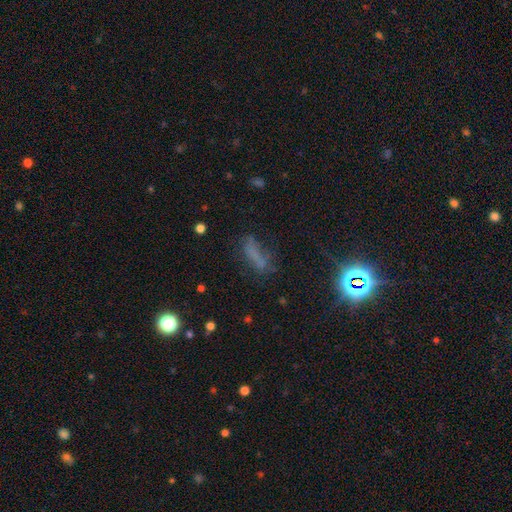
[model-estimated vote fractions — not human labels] Smooth or featured: smooth — 51% (star or artifact — 28%)
How rounded: cigar-shaped — 50% (in between — 44%)
Merging: none — 51% (minor disturbance — 24%)